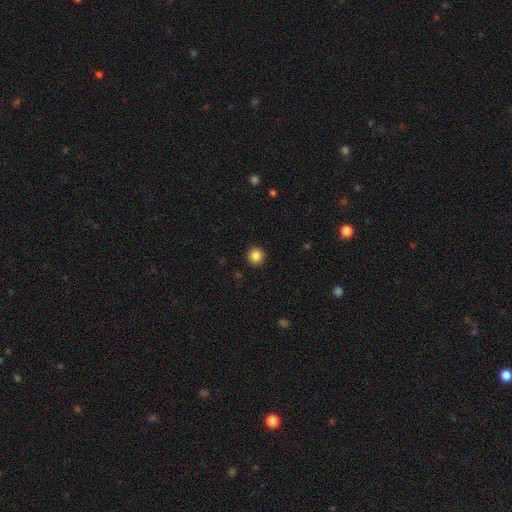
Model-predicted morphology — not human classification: Smooth or featured: smooth — 86% (star or artifact — 10%)
How rounded: round — 95% (in between — 4%)
Merging: none — 92% (minor disturbance — 5%)